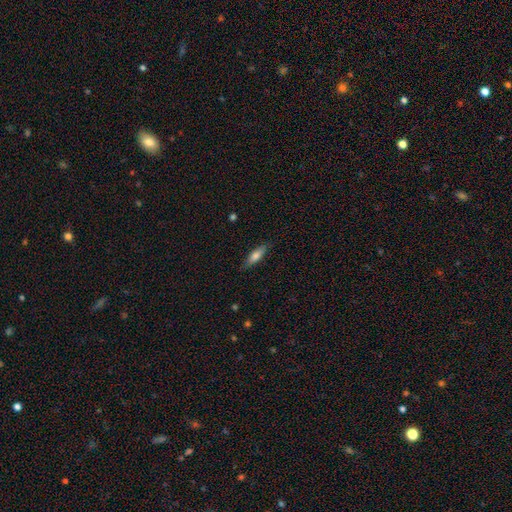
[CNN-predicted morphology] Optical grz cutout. It shows a smooth galaxy with no disk features (71%) that is cigar-shaped (55%). Merging: none (82%).